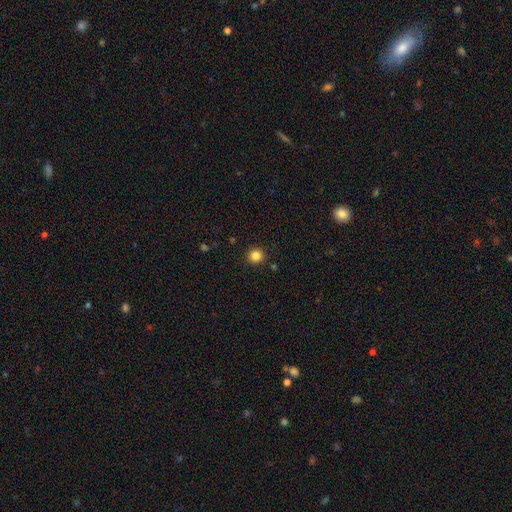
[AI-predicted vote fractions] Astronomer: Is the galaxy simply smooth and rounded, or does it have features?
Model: smooth — 84%.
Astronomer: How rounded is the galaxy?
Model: round — 94%.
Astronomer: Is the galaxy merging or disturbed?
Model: none — 92%.